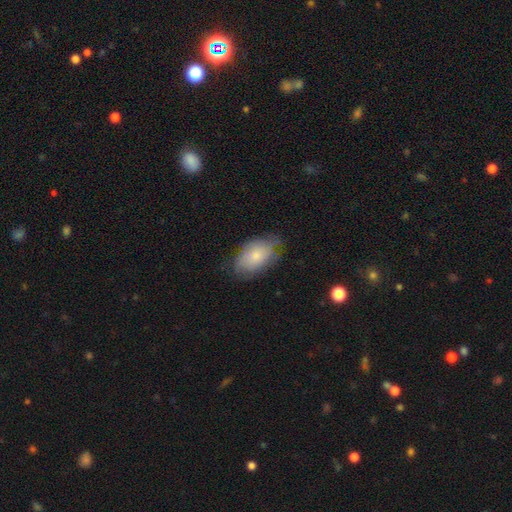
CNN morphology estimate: Smooth or featured? Predicted: smooth (p=0.72). How rounded? Predicted: in between (p=0.92). Merging? Predicted: none (p=0.61).